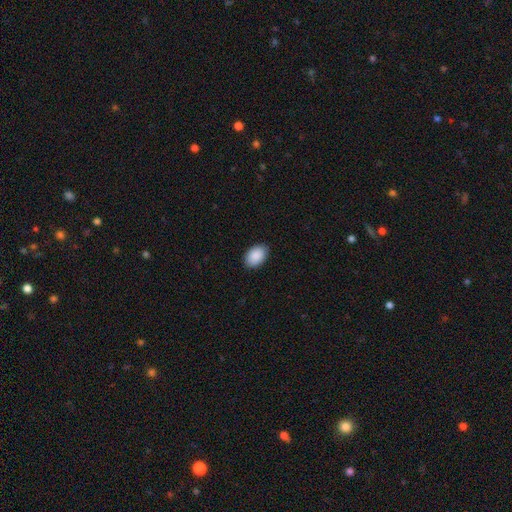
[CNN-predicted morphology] Overall: smooth (90%). How rounded: in between (88%). Merging: none (88%).